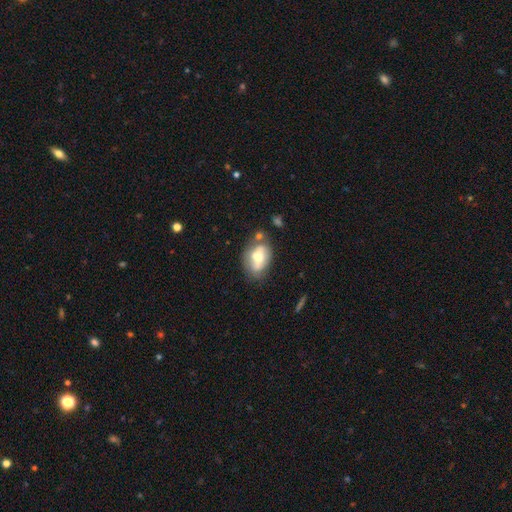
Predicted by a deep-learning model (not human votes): This appears to be a smooth galaxy with no disk features (53%) that is in between round and cigar-shaped (81%). Merging: none (49%).